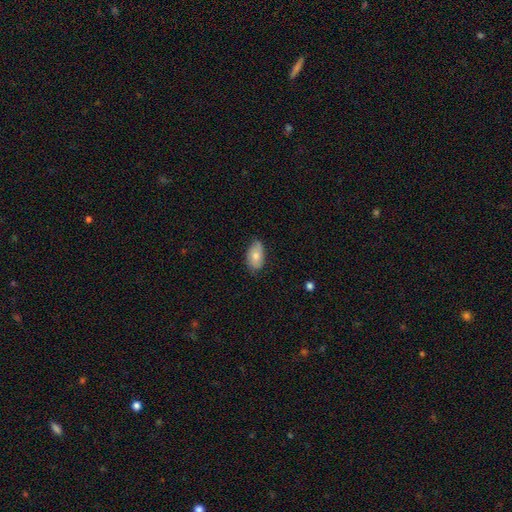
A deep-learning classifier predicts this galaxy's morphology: Q: Smooth or featured?
A: smooth (73%); runner-up: featured or disk (20%)
Q: How rounded?
A: in between (92%); runner-up: round (6%)
Q: Merging?
A: none (73%); runner-up: minor disturbance (22%)